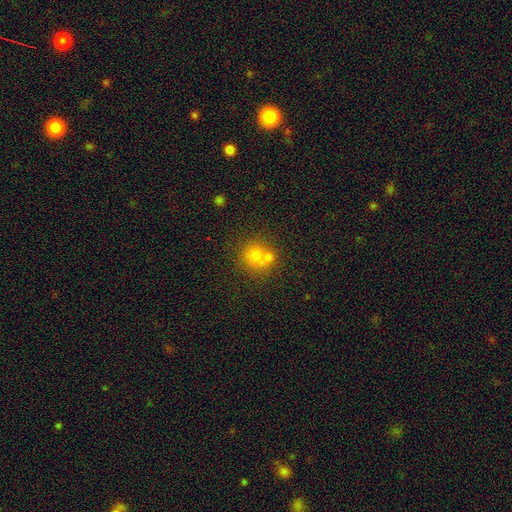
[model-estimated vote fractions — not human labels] A smooth galaxy with no disk features (72%) that is round (85%). Merging: merger (44%, tied with none).